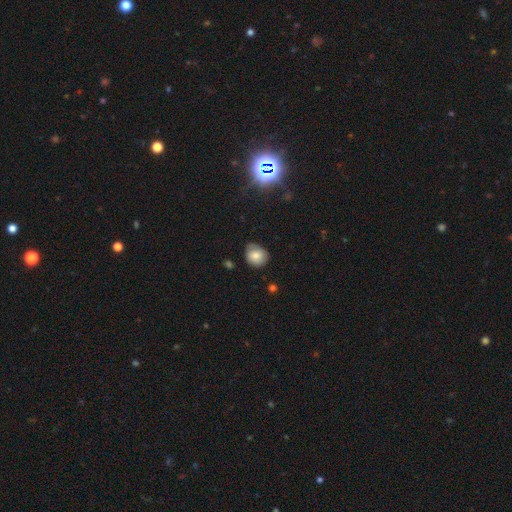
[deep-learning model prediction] smooth_or_featured: smooth (p=0.76) [alt: featured or disk p=0.14]
how_rounded: round (p=0.73) [alt: in between p=0.26]
merging: none (p=0.63) [alt: minor disturbance p=0.30]